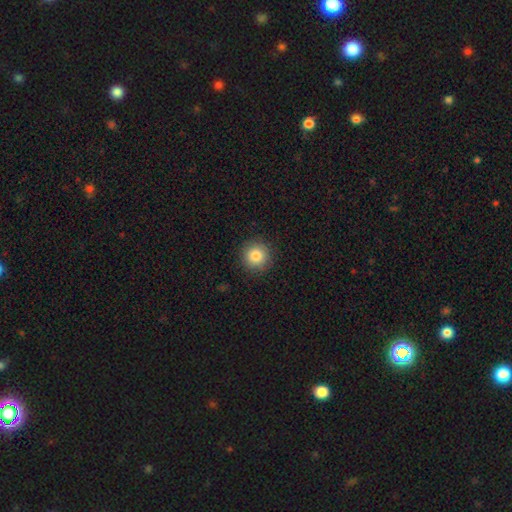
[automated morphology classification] Q: Smooth or featured?
A: smooth (84%); runner-up: star or artifact (10%)
Q: How rounded?
A: round (94%); runner-up: in between (5%)
Q: Merging?
A: none (91%); runner-up: minor disturbance (6%)